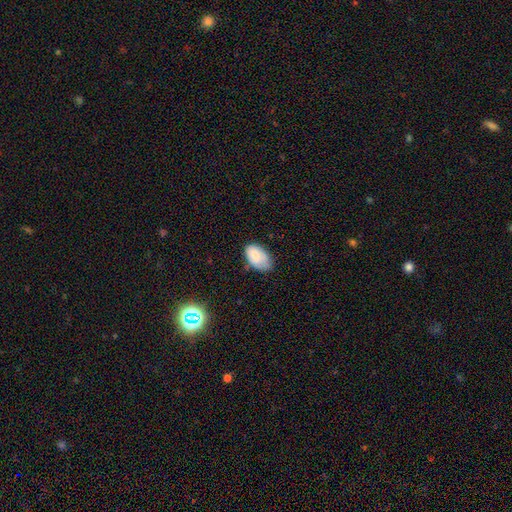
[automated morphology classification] A smooth galaxy with no disk features (75%) that is in between round and cigar-shaped (93%).

Vote fractions:
- Smooth or featured? smooth: 75% / featured or disk: 17% / star or artifact: 8%
- How rounded? in between: 93% / round: 5% / cigar-shaped: 1%
- Merging? none: 56% / minor disturbance: 35% / major disturbance: 7% / merger: 2%